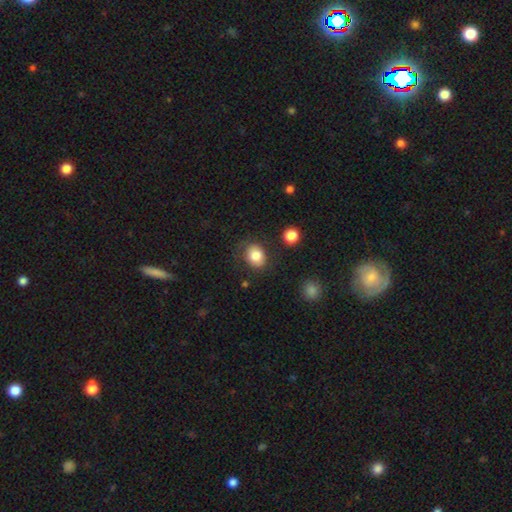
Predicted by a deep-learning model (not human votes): Smooth or featured?
  - smooth: 81% *
  - featured or disk: 10%
  - star or artifact: 9%
How rounded?
  - round: 52% *
  - in between: 48%
  - cigar-shaped: 1%
Merging?
  - none: 74% *
  - minor disturbance: 17%
  - major disturbance: 6%
  - merger: 3%